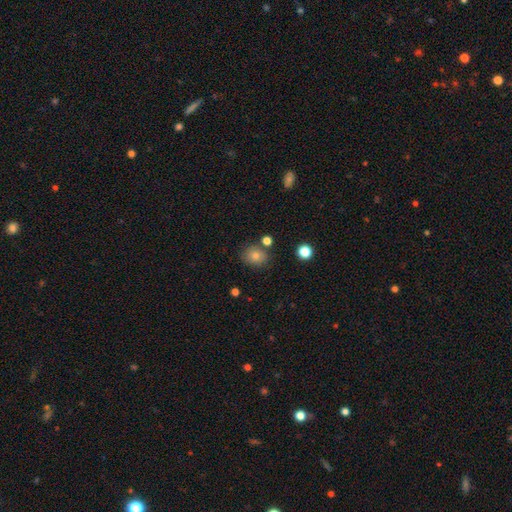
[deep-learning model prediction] The model was most divided on "how rounded": round: 64%, in between: 35%, cigar-shaped: 1%. More confident: smooth or featured — smooth (80%); merging — none (77%).